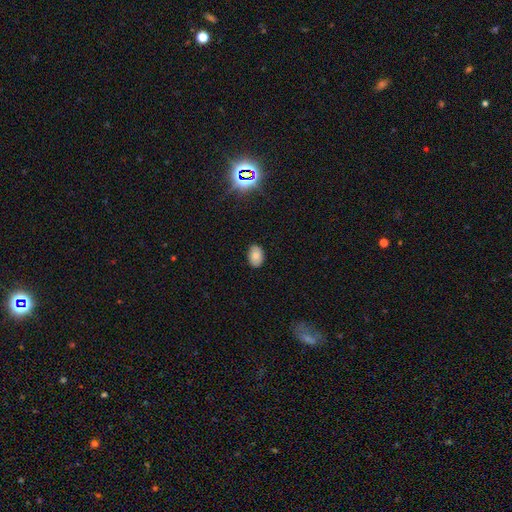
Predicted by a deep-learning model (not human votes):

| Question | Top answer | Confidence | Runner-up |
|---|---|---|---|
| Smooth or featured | smooth | 79% | star or artifact (11%) |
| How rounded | in between | 84% | round (15%) |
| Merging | none | 85% | minor disturbance (12%) |